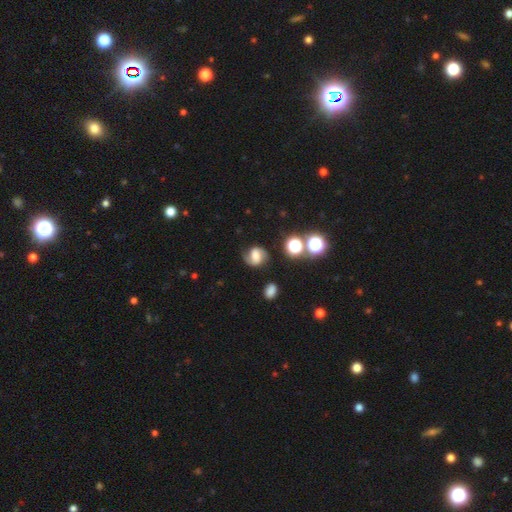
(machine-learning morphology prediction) Q: Smooth or featured?
A: featured or disk (53%); runner-up: smooth (34%)
Q: Edge-on disk?
A: no (97%); runner-up: yes (3%)
Q: Bar?
A: weak (47%); runner-up: no (31%)
Q: Spiral arms?
A: yes (89%); runner-up: no (11%)
Q: Bulge size?
A: moderate (39%); runner-up: small (24%)
Q: Merging?
A: none (71%); runner-up: minor disturbance (18%)